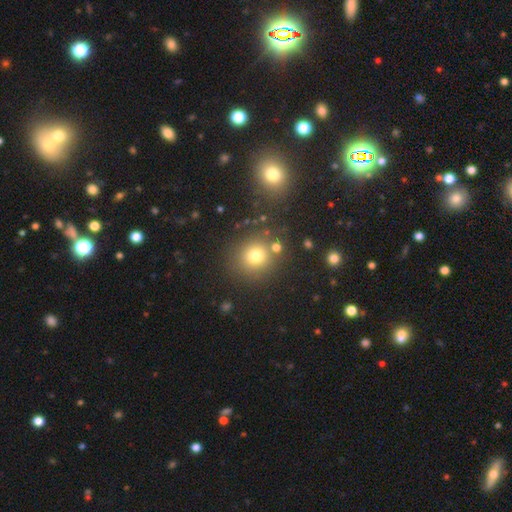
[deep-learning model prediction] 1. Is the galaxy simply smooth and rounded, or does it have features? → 75% smooth, 16% star or artifact, 9% featured or disk.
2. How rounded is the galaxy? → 87% round, 12% in between, 1% cigar-shaped.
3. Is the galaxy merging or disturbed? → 77% none, 10% minor disturbance, 9% merger, 4% major disturbance.